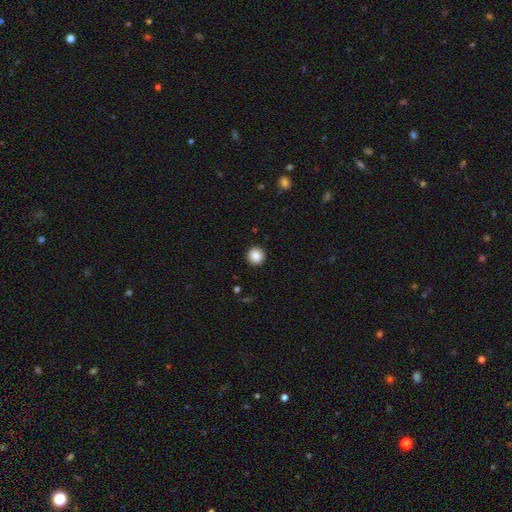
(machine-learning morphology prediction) A smooth galaxy with no disk features (88%) that is round (92%).

Vote fractions:
- Smooth or featured? smooth: 88% / star or artifact: 9% / featured or disk: 3%
- How rounded? round: 92% / in between: 7% / cigar-shaped: 1%
- Merging? none: 92% / minor disturbance: 5% / major disturbance: 2% / merger: 1%